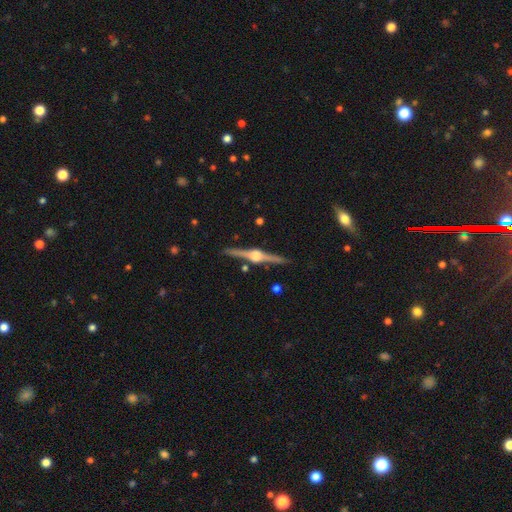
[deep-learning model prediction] The model was most divided on "smooth or featured": featured or disk: 88%, smooth: 7%, star or artifact: 5%. More confident: edge-on disk — yes (98%); edge-on bulge — rounded (93%); merging — none (90%).